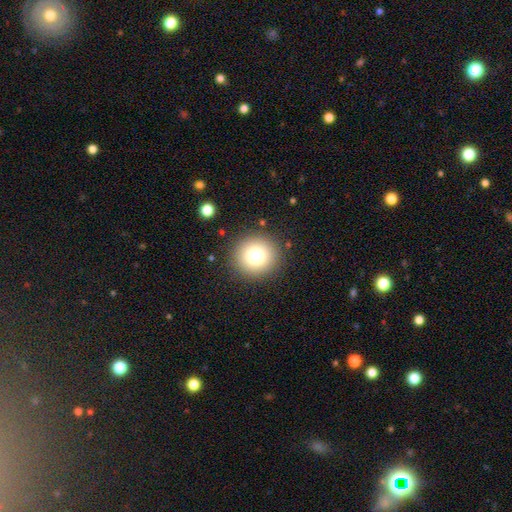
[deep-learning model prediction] This is likely a smooth galaxy (77%). How rounded: clearly round (94%). Merging: clearly none (89%).